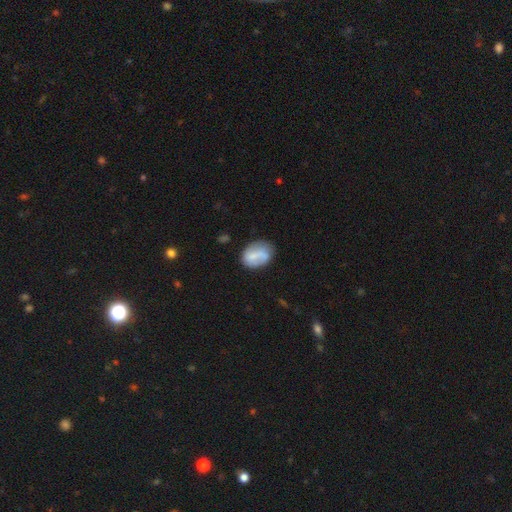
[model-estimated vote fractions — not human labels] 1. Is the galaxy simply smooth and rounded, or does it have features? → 60% smooth, 33% featured or disk, 7% star or artifact.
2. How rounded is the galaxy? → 73% in between, 26% round, 1% cigar-shaped.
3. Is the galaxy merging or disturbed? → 59% none, 26% minor disturbance, 10% major disturbance, 4% merger.